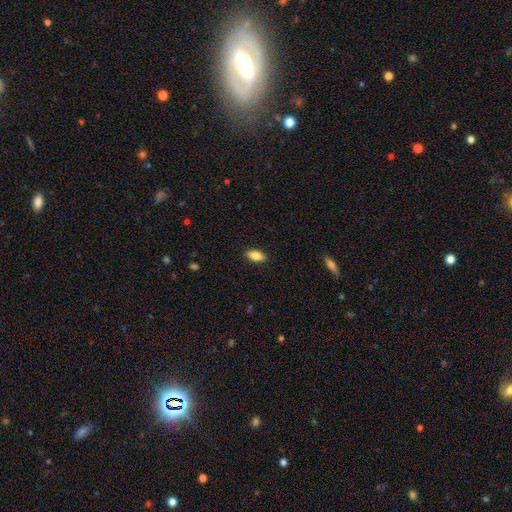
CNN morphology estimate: smooth_or_featured: smooth (p=0.86) [alt: star or artifact p=0.07]
how_rounded: in between (p=0.91) [alt: cigar-shaped p=0.06]
merging: none (p=0.89) [alt: minor disturbance p=0.08]